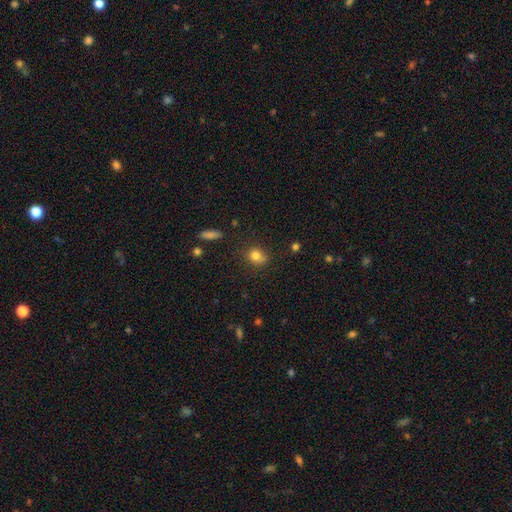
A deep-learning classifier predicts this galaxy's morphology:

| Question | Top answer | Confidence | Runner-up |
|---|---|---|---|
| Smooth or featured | smooth | 79% | star or artifact (12%) |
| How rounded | round | 55% | in between (43%) |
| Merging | none | 67% | minor disturbance (23%) |